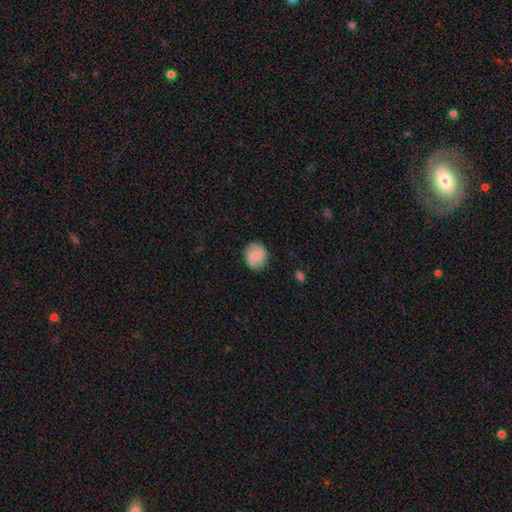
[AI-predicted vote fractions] A featured or disk galaxy (47%). Merging: none (82%).